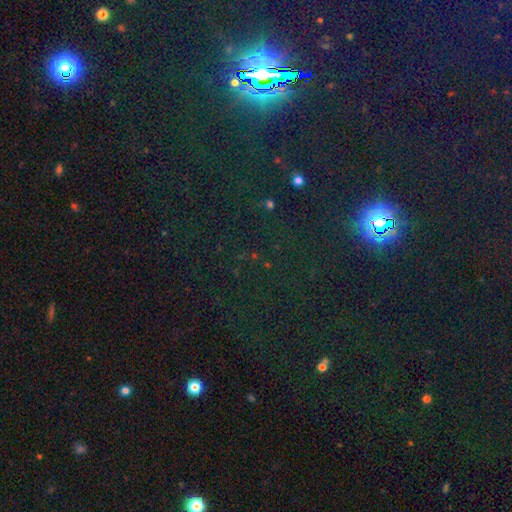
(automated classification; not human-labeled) Smooth or featured?
  - star or artifact: 81% *
  - smooth: 12%
  - featured or disk: 8%